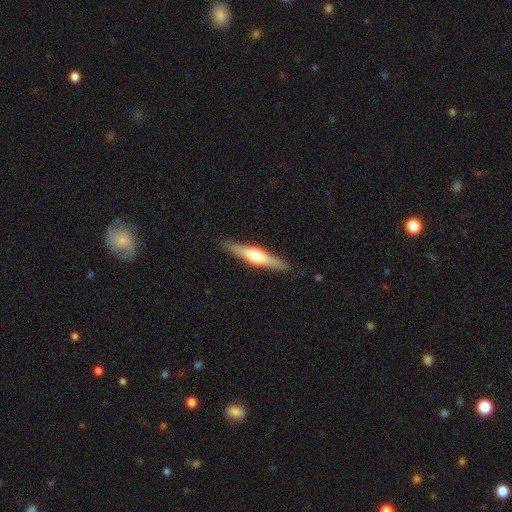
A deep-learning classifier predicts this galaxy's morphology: The model was most divided on "smooth or featured": featured or disk: 63%, smooth: 32%, star or artifact: 5%. More confident: edge-on disk — yes (96%); edge-on bulge — rounded (92%); merging — none (89%).